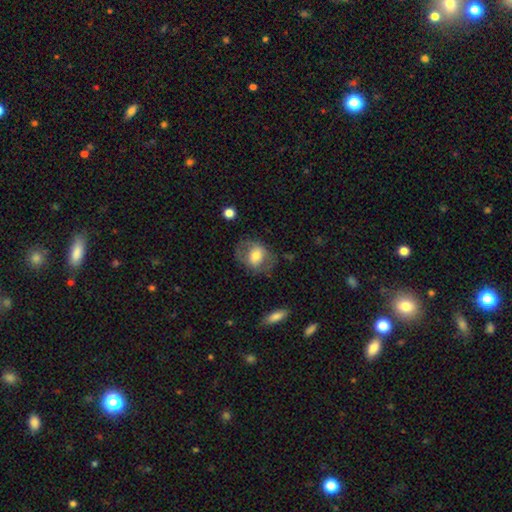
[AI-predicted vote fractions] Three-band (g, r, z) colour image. It shows a smooth galaxy with no disk features (57%) that is in between round and cigar-shaped (58%). Merging: none (64%).